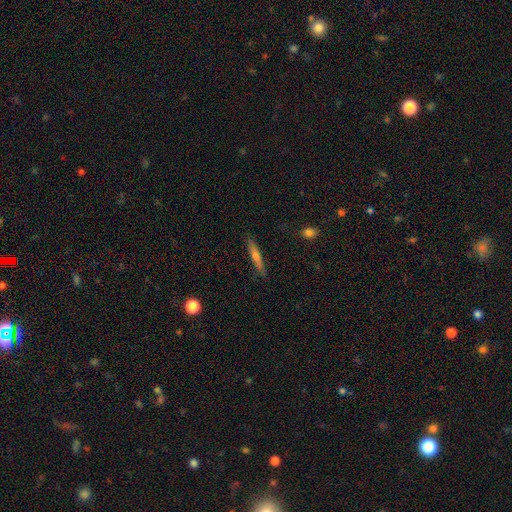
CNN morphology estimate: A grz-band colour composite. It shows a featured or disk galaxy (54%) viewed edge-on (94%) with a rounded central bulge (76%). Merging: none (88%).